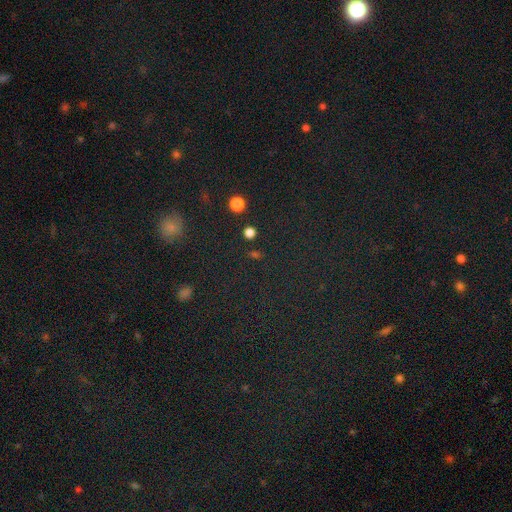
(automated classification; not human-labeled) Smooth or featured: star or artifact — 69% (smooth — 23%)